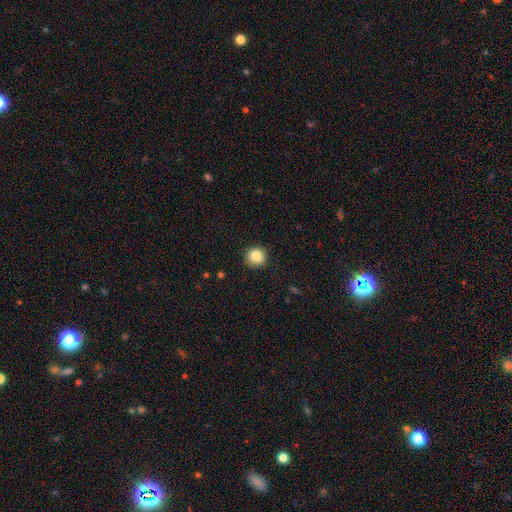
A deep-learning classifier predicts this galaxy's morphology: smooth-or-featured: smooth: 84% | star or artifact: 9% | featured or disk: 7%
  how-rounded: round: 92% | in between: 7% | cigar-shaped: 1%
  merging: none: 90% | minor disturbance: 7% | major disturbance: 2% | merger: 1%